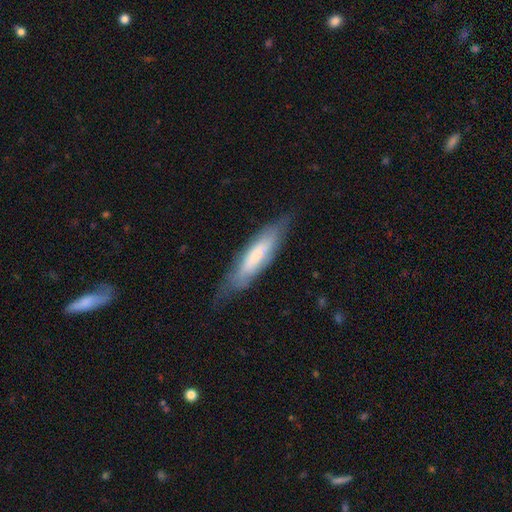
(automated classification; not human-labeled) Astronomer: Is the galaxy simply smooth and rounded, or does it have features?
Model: smooth — 55% (runner-up: featured or disk, 39%).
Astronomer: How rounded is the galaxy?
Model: cigar-shaped — 68%.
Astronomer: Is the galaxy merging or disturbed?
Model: none — 69%.